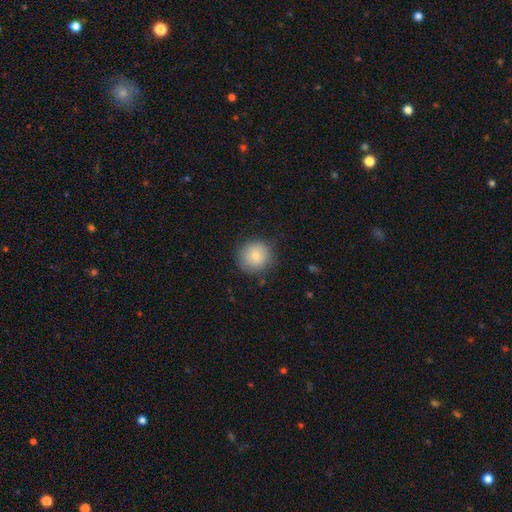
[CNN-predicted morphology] The model was most divided on "smooth or featured": smooth: 81%, featured or disk: 10%, star or artifact: 9%. More confident: how rounded — round (93%); merging — none (85%).